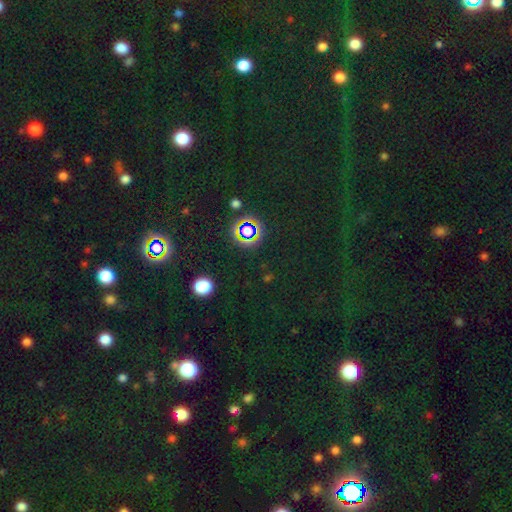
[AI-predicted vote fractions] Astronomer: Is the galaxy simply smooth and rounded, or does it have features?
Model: star or artifact — 71%.